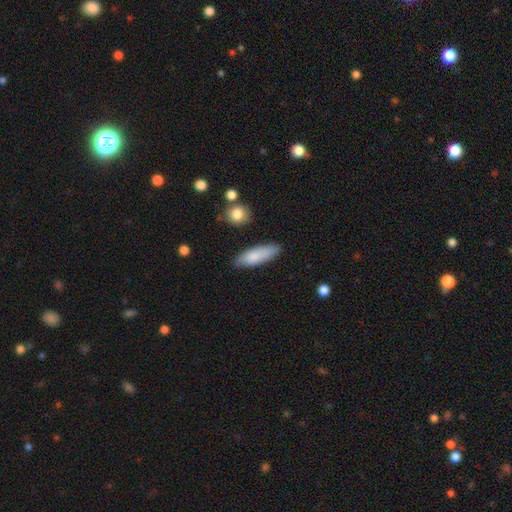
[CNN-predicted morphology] smooth-or-featured: smooth: 83% | featured or disk: 11% | star or artifact: 6%
  how-rounded: in between: 59% | cigar-shaped: 39% | round: 2%
  merging: none: 80% | minor disturbance: 15% | major disturbance: 3% | merger: 2%